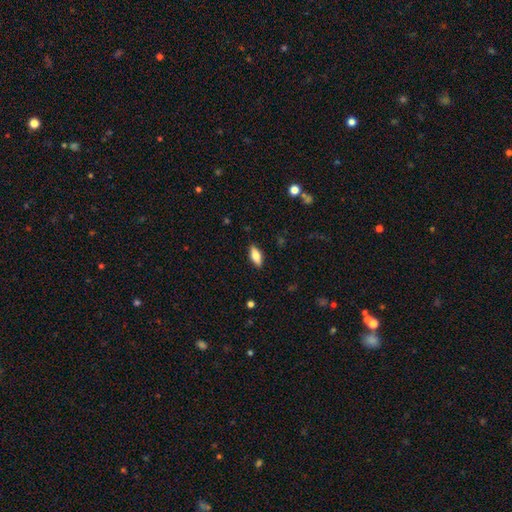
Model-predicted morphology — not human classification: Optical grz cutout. It shows a smooth galaxy with no disk features (69%) that is in between round and cigar-shaped (75%). Merging: none (88%).